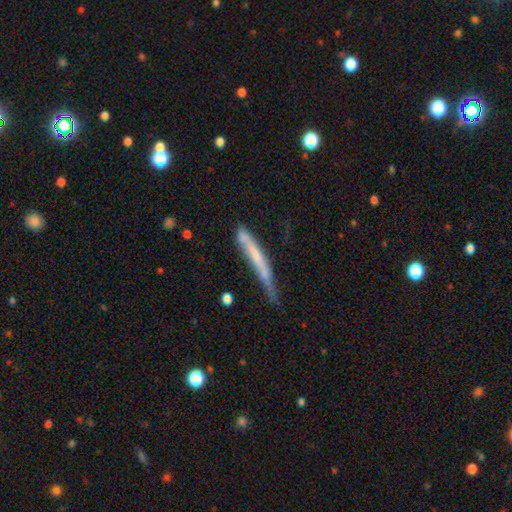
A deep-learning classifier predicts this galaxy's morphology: smooth-or-featured: featured or disk: 47% | smooth: 45% | star or artifact: 8%
  merging: none: 44% | minor disturbance: 33% | major disturbance: 15% | merger: 8%